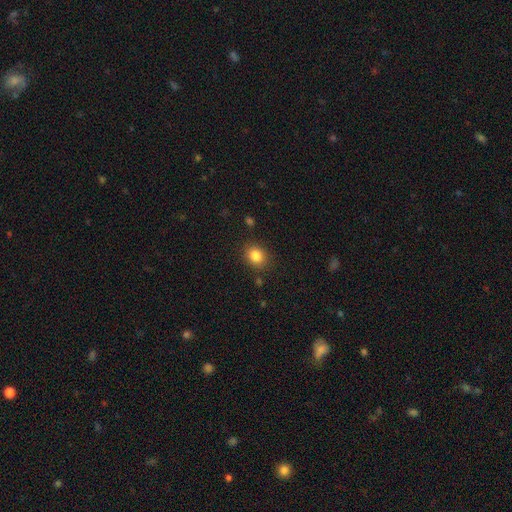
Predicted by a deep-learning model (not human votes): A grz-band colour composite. It shows a smooth galaxy with no disk features (84%) that is round (57%). Merging: none (85%).